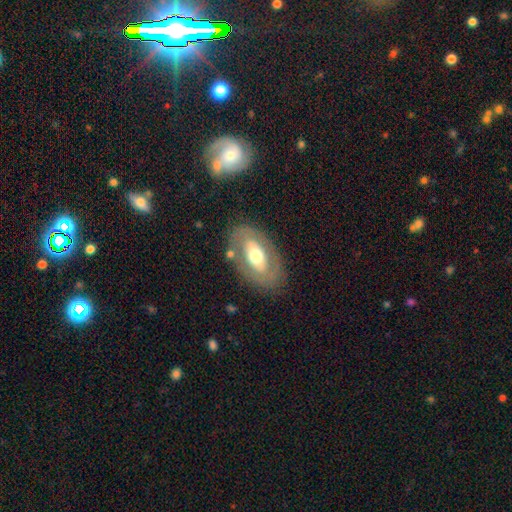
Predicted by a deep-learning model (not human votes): This is possibly a featured or disk galaxy (51%). It is clearly not viewed edge-on (89%). Merging: likely none (78%).